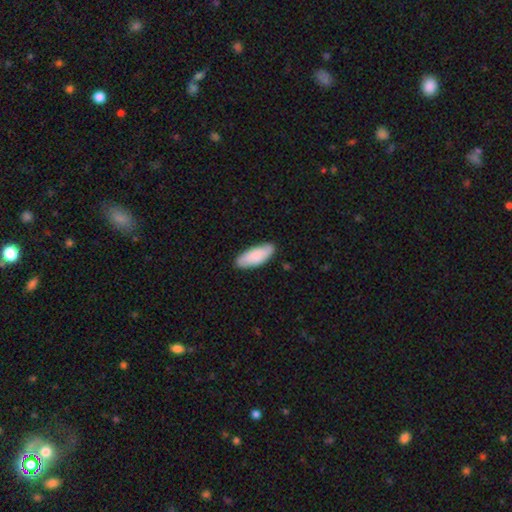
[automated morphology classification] A smooth galaxy with no disk features (85%) that is in between round and cigar-shaped (77%).

Vote fractions:
- Smooth or featured? smooth: 85% / featured or disk: 10% / star or artifact: 5%
- How rounded? in between: 77% / cigar-shaped: 21% / round: 2%
- Merging? none: 85% / minor disturbance: 12% / major disturbance: 2% / merger: 1%